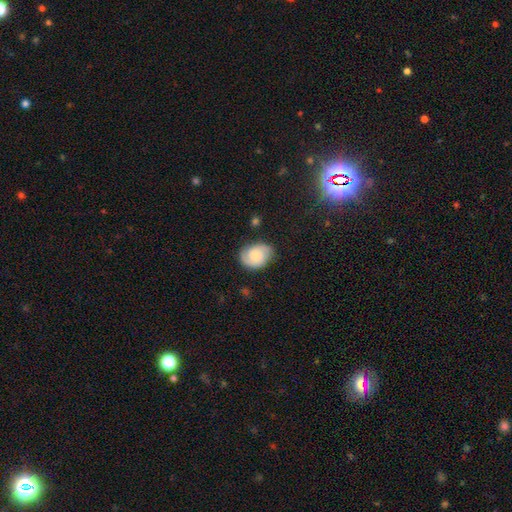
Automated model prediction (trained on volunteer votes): smooth 53%, featured or disk 38%, star or artifact 9%. Down the decision tree: how rounded — in between (63%); merging — none (70%).